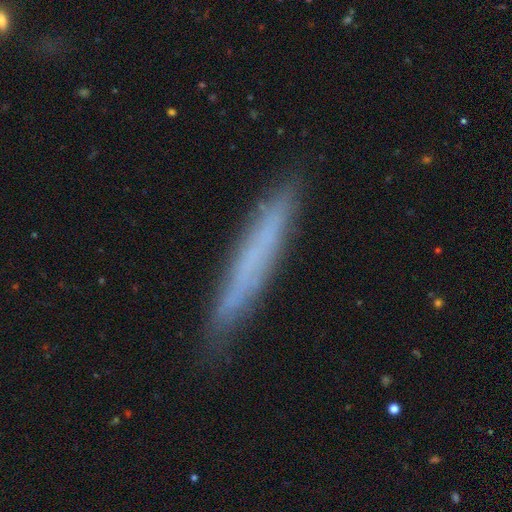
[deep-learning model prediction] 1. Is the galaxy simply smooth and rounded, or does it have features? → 51% smooth, 41% featured or disk, 8% star or artifact.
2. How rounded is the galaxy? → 94% cigar-shaped, 5% in between, 1% round.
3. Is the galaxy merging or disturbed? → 85% none, 11% minor disturbance, 2% major disturbance, 1% merger.